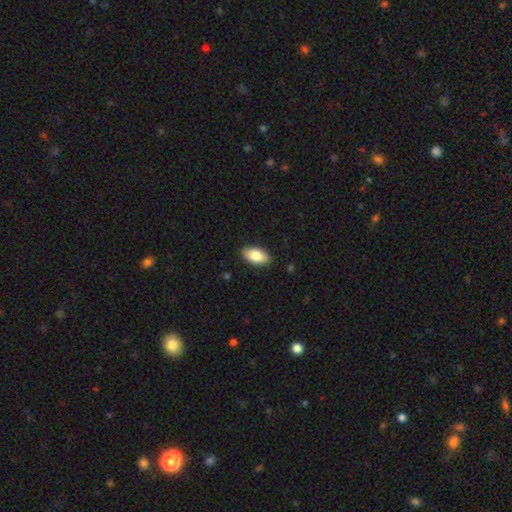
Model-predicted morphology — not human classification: type=smooth (82%); roundness=in between (92%); merging=none (89%).